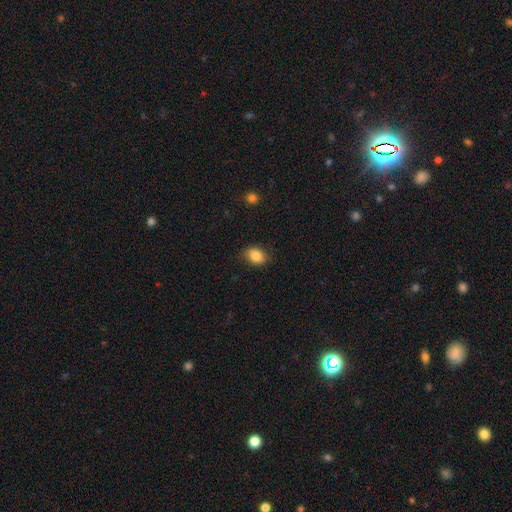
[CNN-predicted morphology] Overall: smooth (85%). How rounded: in between (77%). Merging: none (82%).